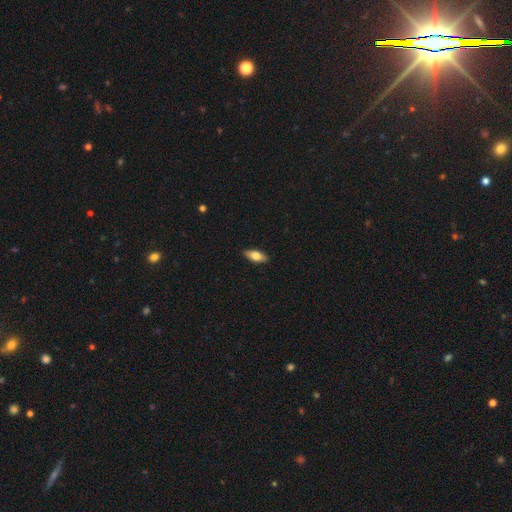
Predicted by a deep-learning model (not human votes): Morphology: type=smooth (69%); roundness=in between (79%); merging=none (89%).